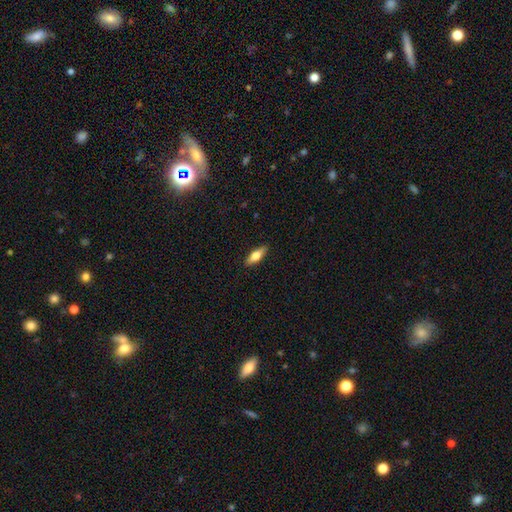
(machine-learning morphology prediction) A smooth galaxy with no disk features (60%) that is in between round and cigar-shaped (54%).

Vote fractions:
- Smooth or featured? smooth: 60% / featured or disk: 34% / star or artifact: 6%
- How rounded? in between: 54% / cigar-shaped: 43% / round: 3%
- Merging? none: 90% / minor disturbance: 8% / major disturbance: 2% / merger: 1%